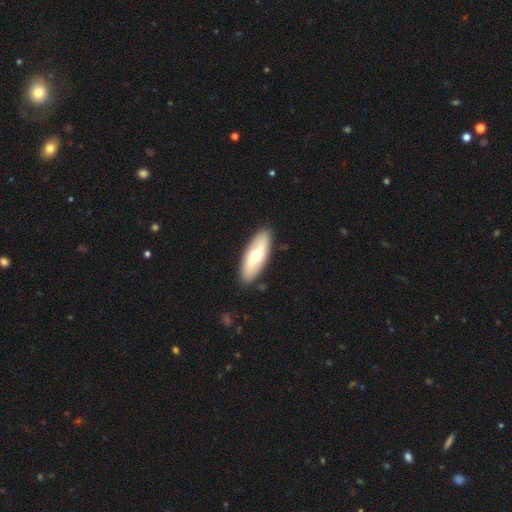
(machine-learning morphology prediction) The model was most divided on "smooth or featured": smooth: 48%, featured or disk: 47%, star or artifact: 5%. More confident: merging — none (89%).